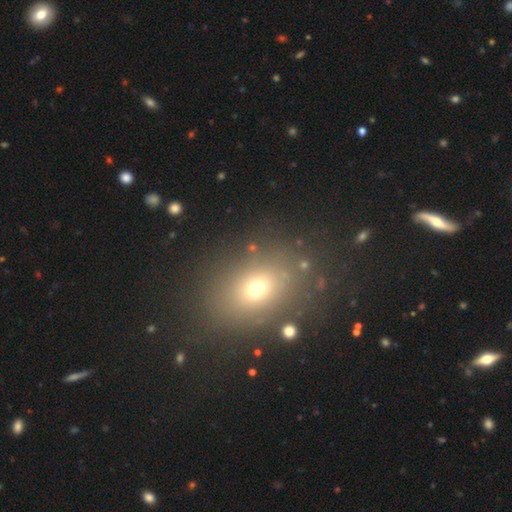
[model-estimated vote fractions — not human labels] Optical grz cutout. It shows a smooth galaxy with no disk features (63%) that is in between round and cigar-shaped (58%). Merging: none (84%).